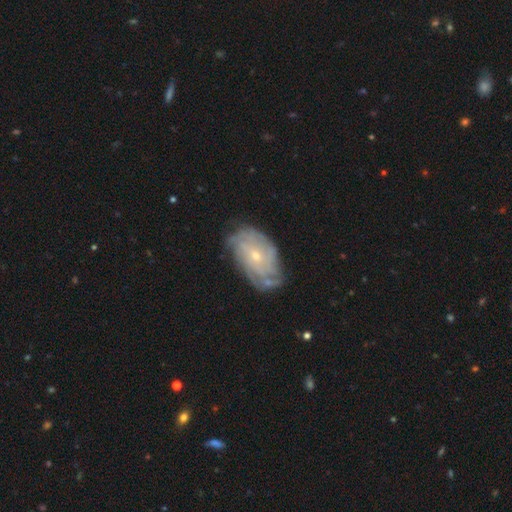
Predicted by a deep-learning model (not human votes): A featured or disk galaxy (78%) with no bar (72%), tight (66%) spiral arms (90%) and a small central bulge (69%).

Vote fractions:
- Smooth or featured? featured or disk: 78% / smooth: 15% / star or artifact: 7%
- Edge-on disk? no: 95% / yes: 5%
- Bar? no: 72% / weak: 24% / strong: 4%
- Spiral arms? yes: 90% / no: 10%
- Spiral winding? tight: 66% / medium: 26% / loose: 8%
- Spiral arm count? can't tell: 47% / 4: 18% / 3: 11% / 2: 11% / more than 4: 8% / 1: 5%
- Bulge size? small: 69% / moderate: 28% / none: 1% / large: 1% / dominant: 1%
- Merging? none: 68% / minor disturbance: 22% / major disturbance: 8% / merger: 2%